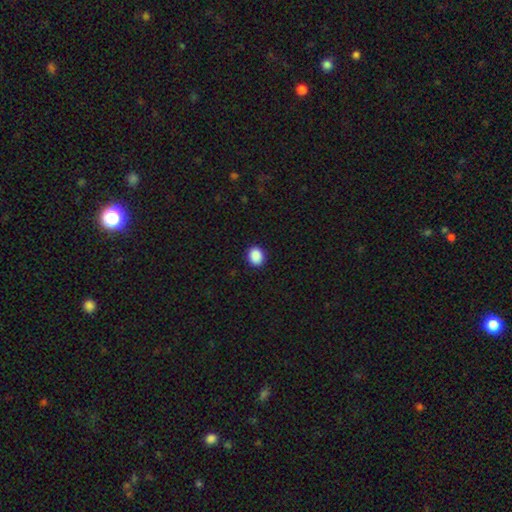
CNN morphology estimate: This is clearly a smooth galaxy (90%). How rounded: possibly round (56%). Merging: clearly none (90%).